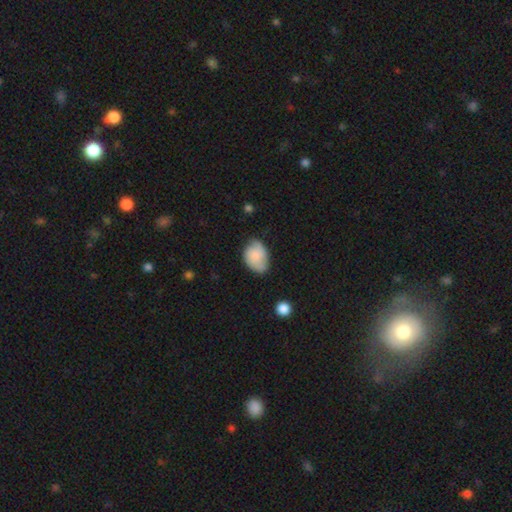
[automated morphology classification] This appears to be a smooth galaxy with no disk features (70%) that is in between round and cigar-shaped (77%). Merging: none (56%).